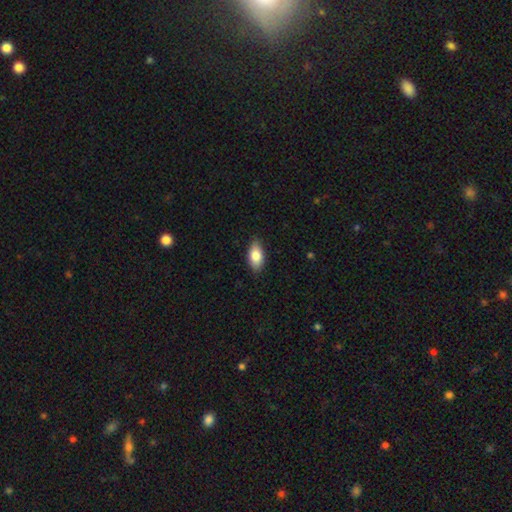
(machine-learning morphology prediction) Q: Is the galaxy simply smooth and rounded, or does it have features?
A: smooth — 84%.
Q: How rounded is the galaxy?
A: in between — 91%.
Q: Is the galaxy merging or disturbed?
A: none — 85%.